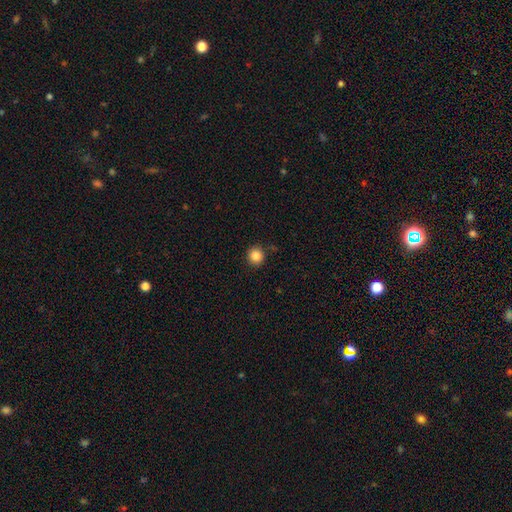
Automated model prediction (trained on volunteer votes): Smooth or featured? smooth (85%)
How rounded? round (93%)
Merging? none (89%)